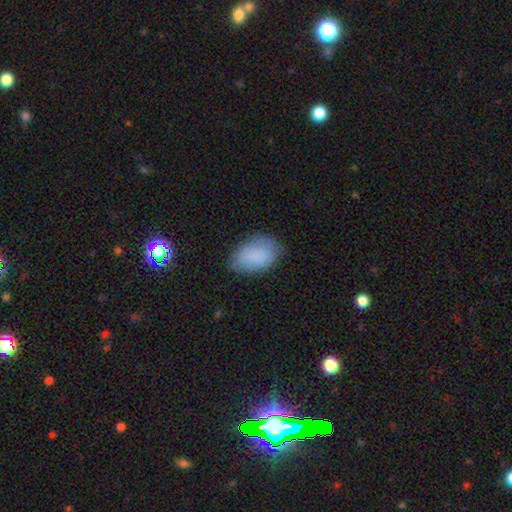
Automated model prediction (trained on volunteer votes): This is clearly a smooth galaxy (83%). How rounded: clearly in between (90%). Merging: likely none (72%).